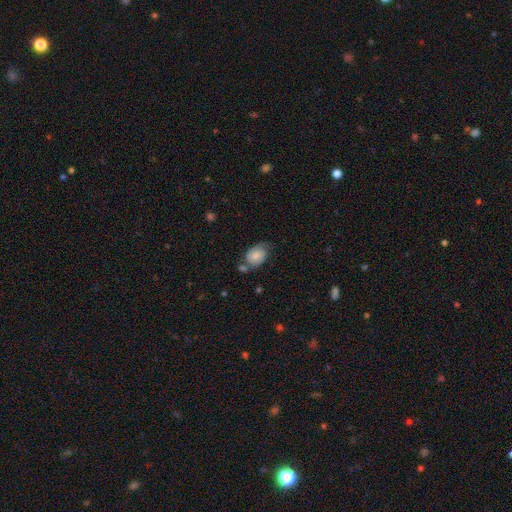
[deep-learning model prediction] A smooth galaxy with no disk features (54%) that is in between round and cigar-shaped (78%). Merging: none (46%).